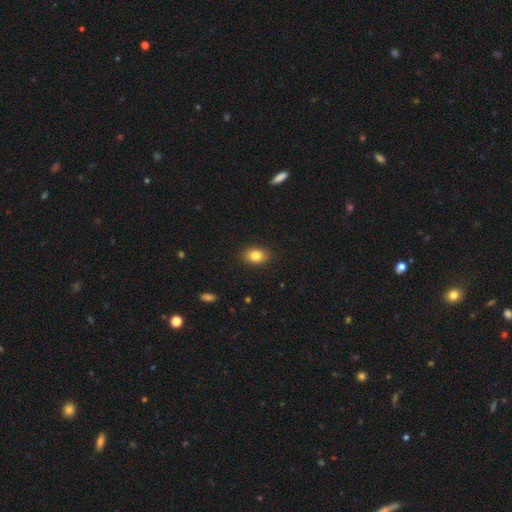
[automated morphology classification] Overall: smooth (84%). How rounded: in between (76%). Merging: none (89%).